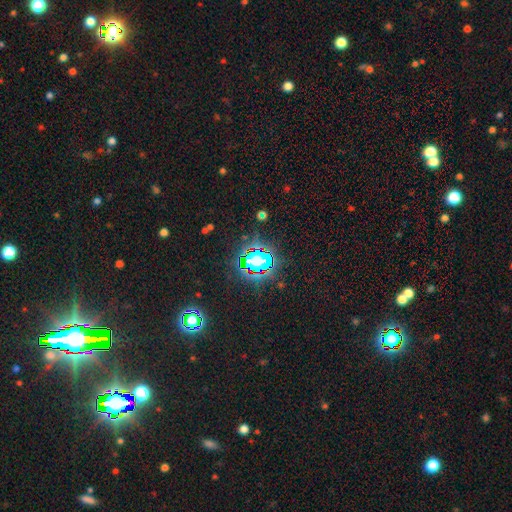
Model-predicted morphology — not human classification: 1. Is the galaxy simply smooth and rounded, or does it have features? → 69% star or artifact, 19% smooth, 12% featured or disk.